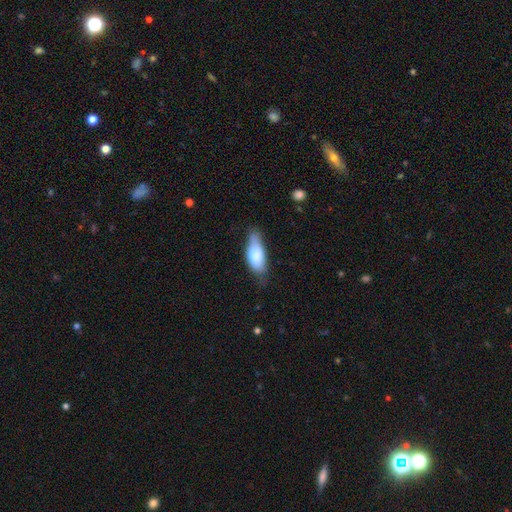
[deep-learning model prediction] A smooth galaxy with no disk features (75%) that is in between round and cigar-shaped (77%).

Vote fractions:
- Smooth or featured? smooth: 75% / featured or disk: 18% / star or artifact: 6%
- How rounded? in between: 77% / cigar-shaped: 21% / round: 2%
- Merging? none: 47% / minor disturbance: 39% / major disturbance: 11% / merger: 3%